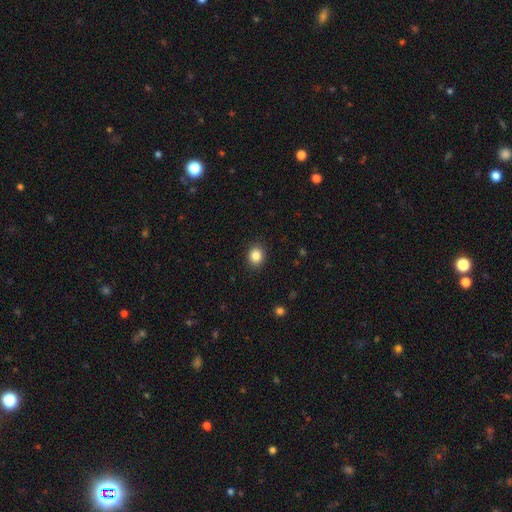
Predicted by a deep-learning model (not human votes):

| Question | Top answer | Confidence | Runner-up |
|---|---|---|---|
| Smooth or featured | smooth | 85% | star or artifact (10%) |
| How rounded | round | 70% | in between (29%) |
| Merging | none | 90% | minor disturbance (7%) |